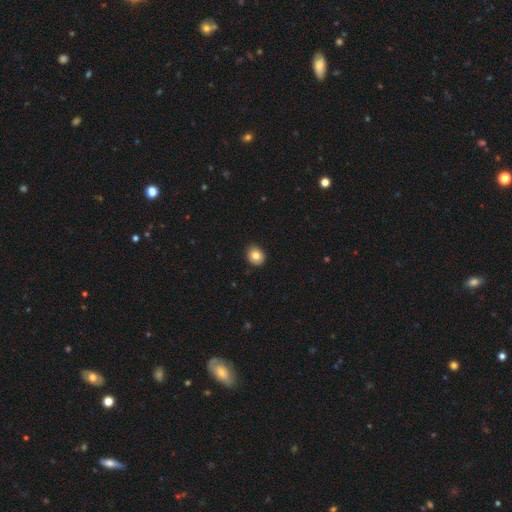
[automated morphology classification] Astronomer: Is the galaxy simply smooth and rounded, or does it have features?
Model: smooth — 80%.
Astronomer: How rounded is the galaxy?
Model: round — 67%.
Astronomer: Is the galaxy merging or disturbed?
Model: none — 87%.